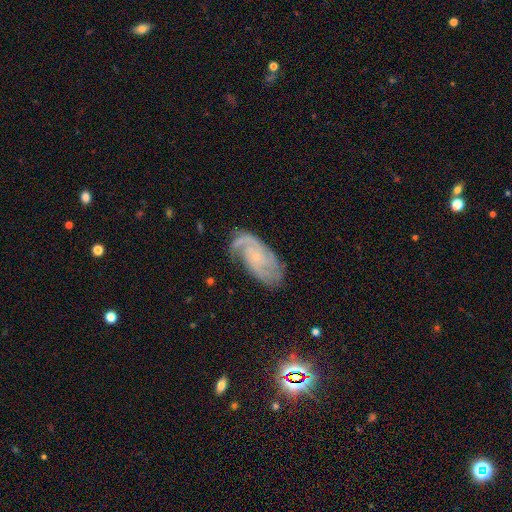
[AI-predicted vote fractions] Overall: featured or disk (84%). Edge-on disk: no (96%). Bar: no (67%). Spiral arms: yes (97%). Spiral arm count: 2 (53%; 3 18%). Spiral winding: tight (44%; medium 42%). Bulge size: small (74%). Merging: none (68%).